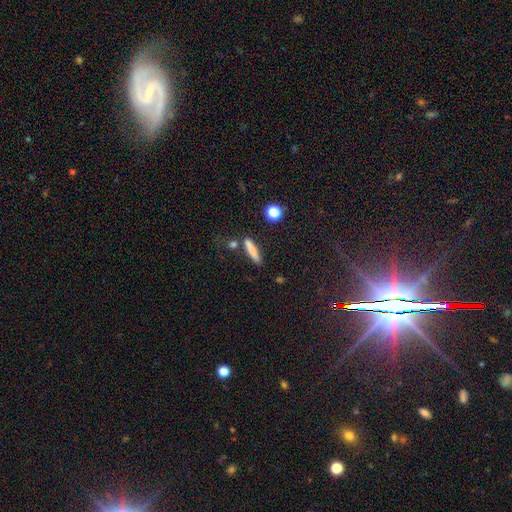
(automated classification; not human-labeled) smooth_or_featured: smooth (p=0.55) [alt: star or artifact p=0.23]
how_rounded: cigar-shaped (p=0.84) [alt: in between p=0.11]
merging: none (p=0.73) [alt: minor disturbance p=0.14]